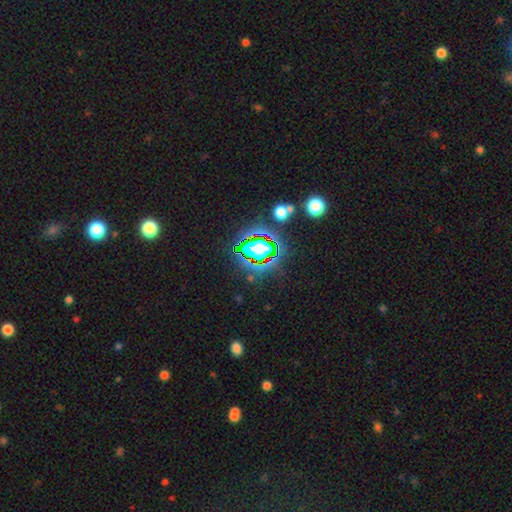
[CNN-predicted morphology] Q: Smooth or featured?
A: star or artifact (80%); runner-up: smooth (12%)